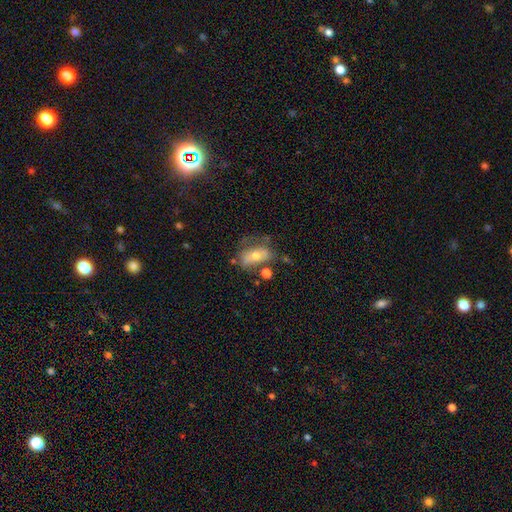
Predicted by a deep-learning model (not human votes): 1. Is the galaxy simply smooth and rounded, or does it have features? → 48% smooth, 42% featured or disk, 10% star or artifact.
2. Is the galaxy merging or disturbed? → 45% none, 25% minor disturbance, 20% major disturbance, 10% merger.